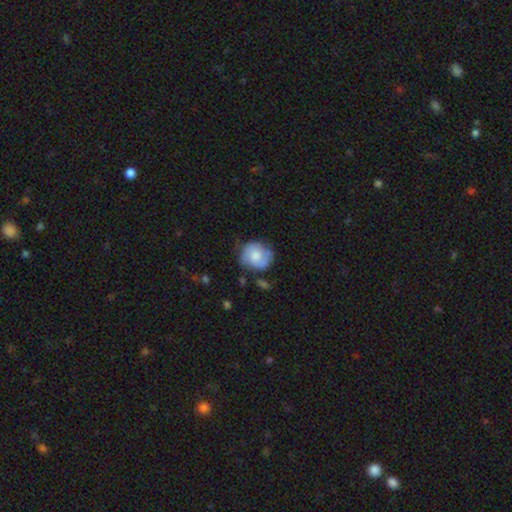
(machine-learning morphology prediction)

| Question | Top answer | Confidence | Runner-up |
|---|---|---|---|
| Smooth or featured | smooth | 50% | featured or disk (43%) |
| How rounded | round | 78% | in between (21%) |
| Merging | none | 59% | minor disturbance (27%) |